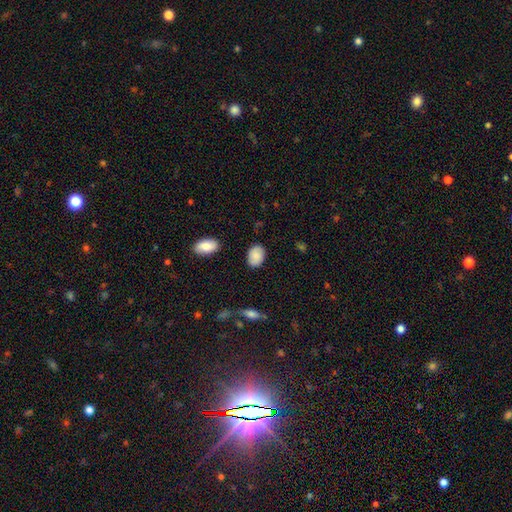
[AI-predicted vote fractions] A smooth galaxy with no disk features (86%) that is in between round and cigar-shaped (82%). Merging: none (85%).